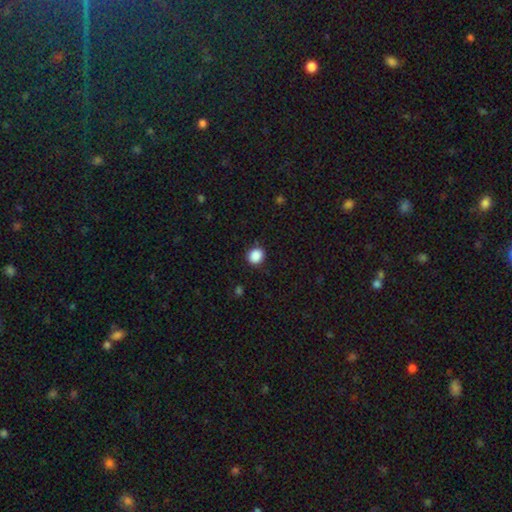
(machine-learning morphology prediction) This is clearly a smooth galaxy (88%). How rounded: likely round (78%). Merging: clearly none (87%).